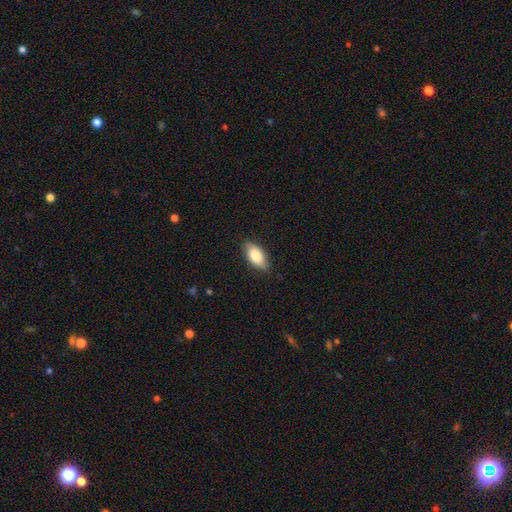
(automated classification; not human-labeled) A smooth galaxy with no disk features (82%) that is in between round and cigar-shaped (91%). Merging: none (85%).